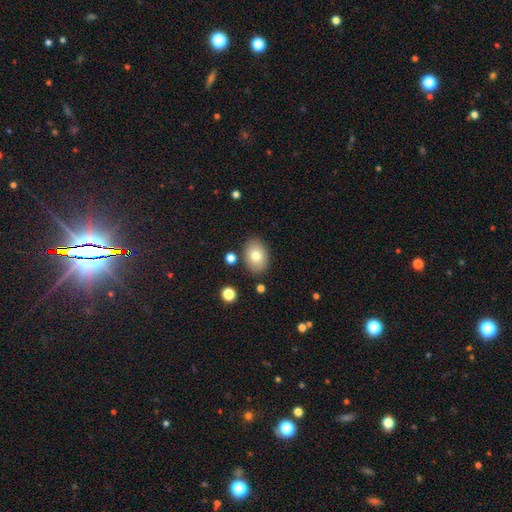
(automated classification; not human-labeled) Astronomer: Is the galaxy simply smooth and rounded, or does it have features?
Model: smooth — 76%.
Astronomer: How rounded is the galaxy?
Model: in between — 77%.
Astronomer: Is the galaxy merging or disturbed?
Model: none — 84%.